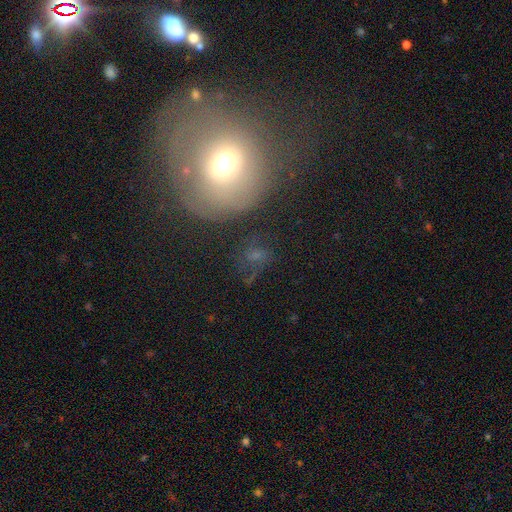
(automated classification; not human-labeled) Morphology: type=smooth (40%); merging=none (56%).